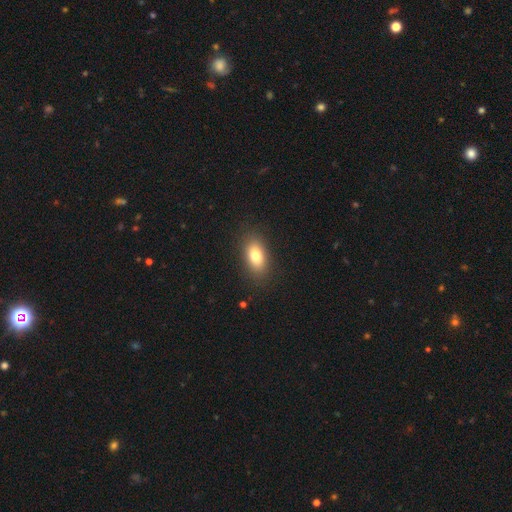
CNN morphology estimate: Smooth or featured: smooth — 79% (featured or disk — 12%)
How rounded: in between — 87% (round — 8%)
Merging: none — 87% (minor disturbance — 9%)